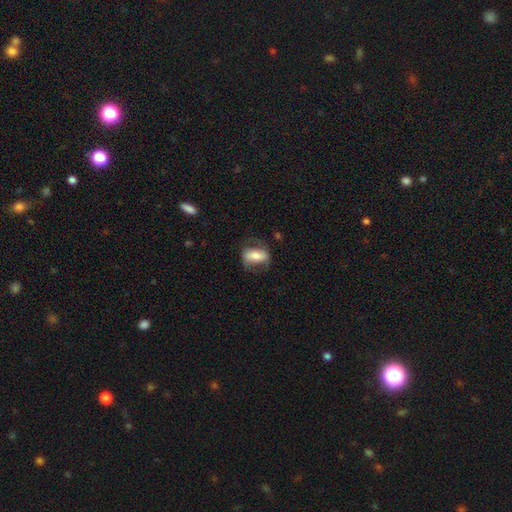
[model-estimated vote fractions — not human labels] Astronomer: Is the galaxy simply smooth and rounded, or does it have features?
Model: smooth — 51% (runner-up: featured or disk, 42%).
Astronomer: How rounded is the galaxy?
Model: in between — 81%.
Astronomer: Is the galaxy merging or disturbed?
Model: none — 63%.